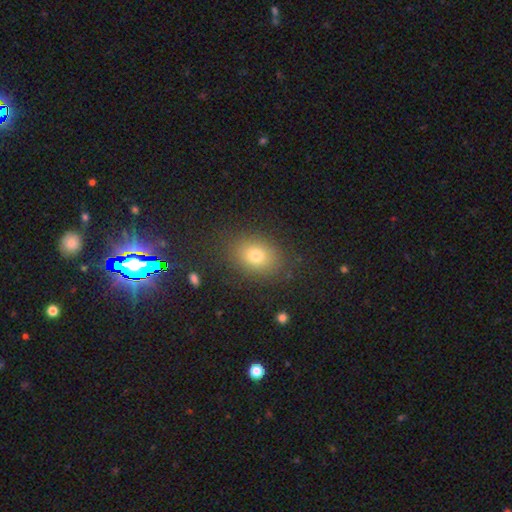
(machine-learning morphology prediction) Smooth or featured: smooth — 76% (star or artifact — 13%)
How rounded: in between — 62% (round — 37%)
Merging: none — 82% (minor disturbance — 11%)